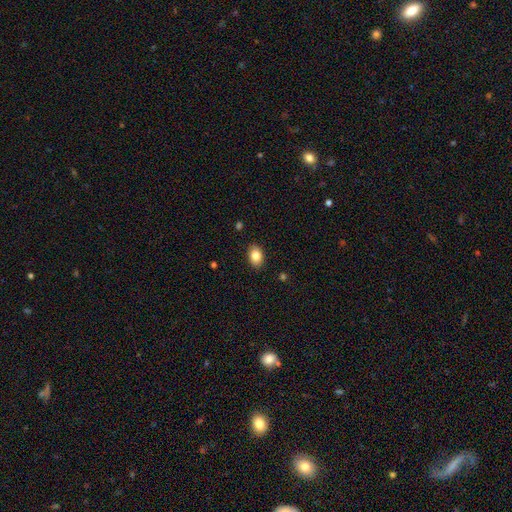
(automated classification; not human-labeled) A smooth galaxy with no disk features (84%) that is in between round and cigar-shaped (82%). Merging: none (89%).